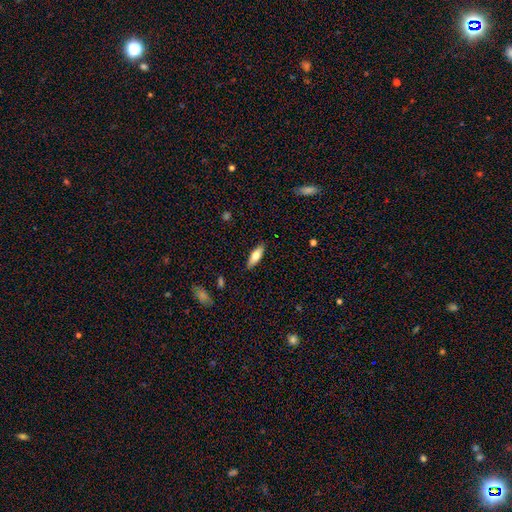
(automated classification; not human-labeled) This is likely a smooth galaxy (69%). How rounded: likely in between (61%). Merging: clearly none (88%).